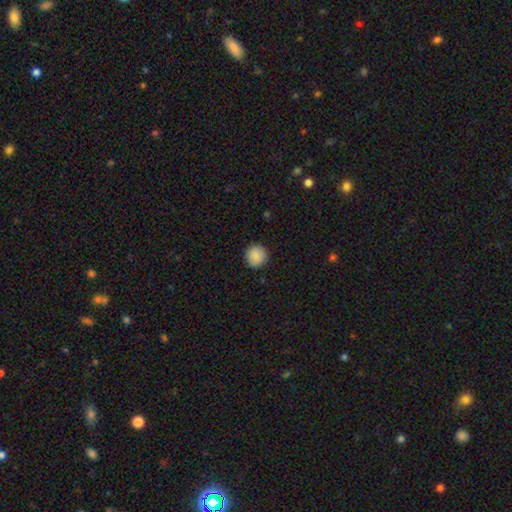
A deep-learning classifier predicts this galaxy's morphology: Smooth or featured? smooth (88%)
How rounded? round (93%)
Merging? none (90%)